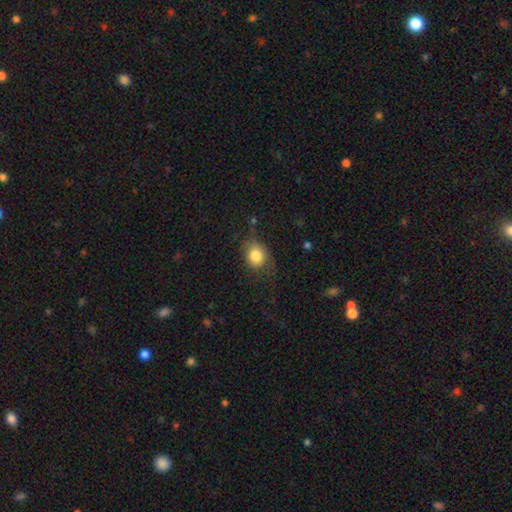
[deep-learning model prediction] This is clearly a smooth galaxy (81%). How rounded: possibly round (59%). Merging: likely none (61%).